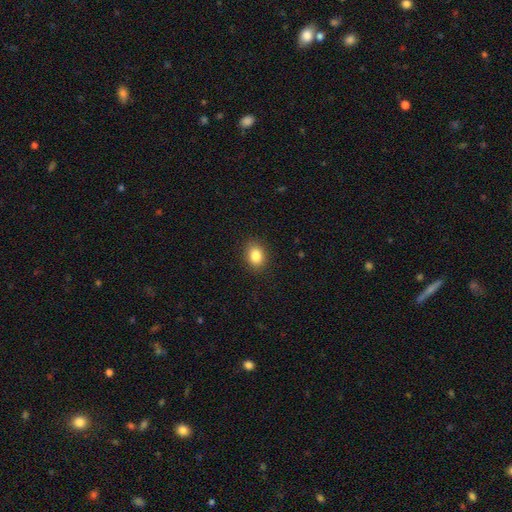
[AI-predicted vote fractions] This is clearly a smooth galaxy (85%). How rounded: likely in between (61%). Merging: clearly none (89%).